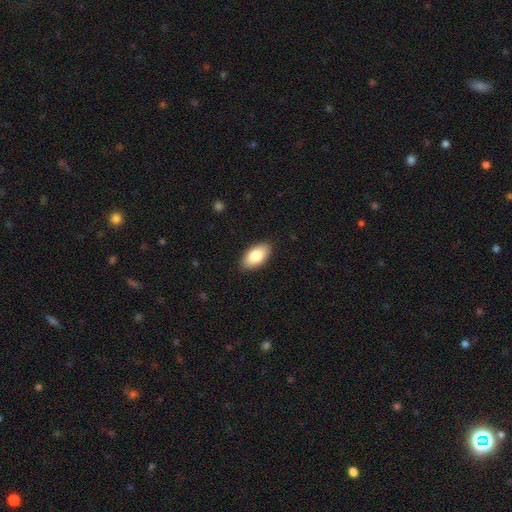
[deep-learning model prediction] This appears to be a smooth galaxy with no disk features (83%) that is in between round and cigar-shaped (95%). Merging: none (88%).